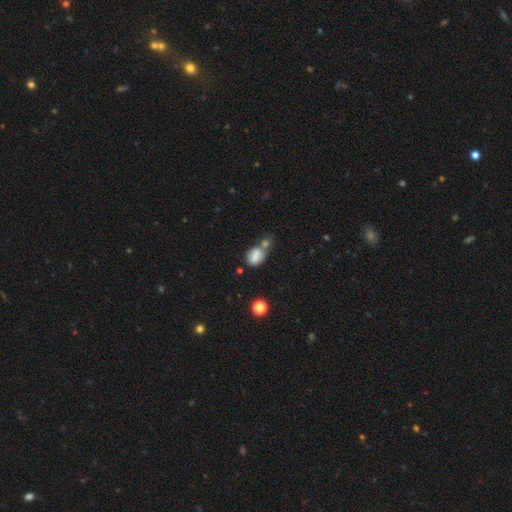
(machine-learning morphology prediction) The model was most divided on "merging": merger: 42%, none: 36%, minor disturbance: 15%, major disturbance: 6%. More confident: smooth or featured — smooth (80%); how rounded — in between (70%).